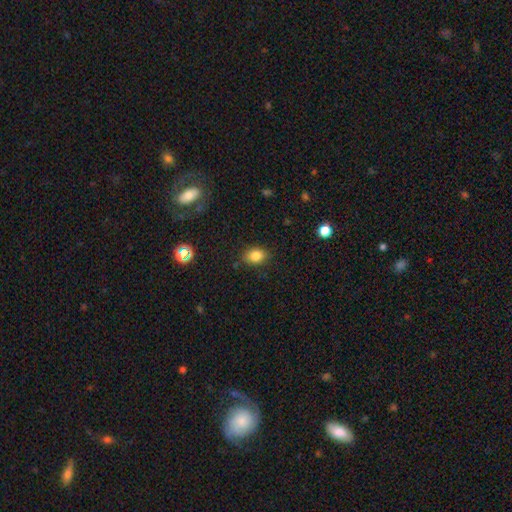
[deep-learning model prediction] A smooth galaxy with no disk features (83%) that is in between round and cigar-shaped (73%). Merging: none (83%).